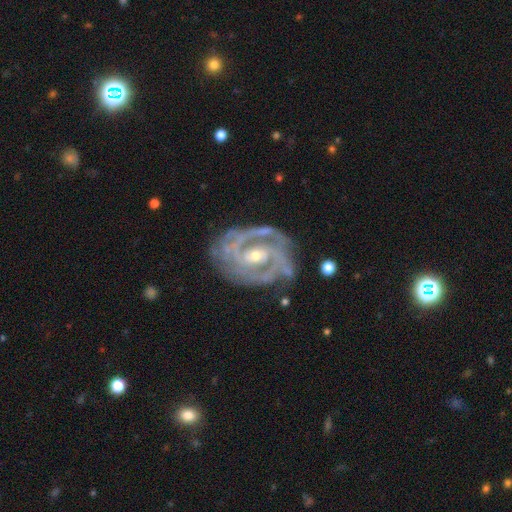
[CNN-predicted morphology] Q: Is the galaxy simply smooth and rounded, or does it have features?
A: featured or disk — 91%.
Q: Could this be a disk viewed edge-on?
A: no — 97%.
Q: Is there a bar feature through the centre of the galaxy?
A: no — 46%.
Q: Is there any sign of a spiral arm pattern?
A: yes — 97%.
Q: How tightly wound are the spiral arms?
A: tight — 63%.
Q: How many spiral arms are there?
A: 2 — 50%.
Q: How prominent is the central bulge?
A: small — 52%.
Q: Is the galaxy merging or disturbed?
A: none — 68%.